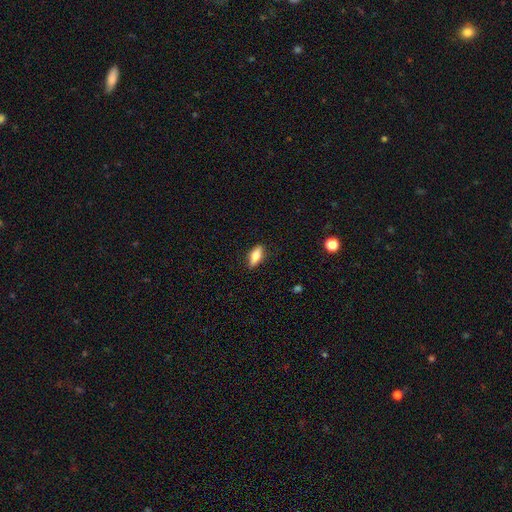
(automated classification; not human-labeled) Morphology: type=smooth (73%); roundness=in between (74%); merging=none (86%).